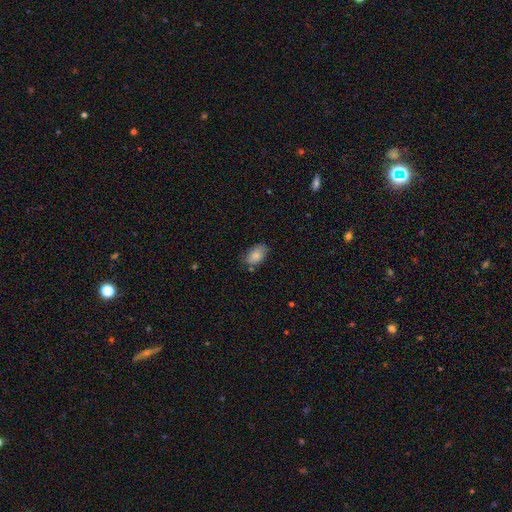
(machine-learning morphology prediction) Smooth or featured? Predicted: smooth (p=0.84). How rounded? Predicted: in between (p=0.92). Merging? Predicted: none (p=0.70).